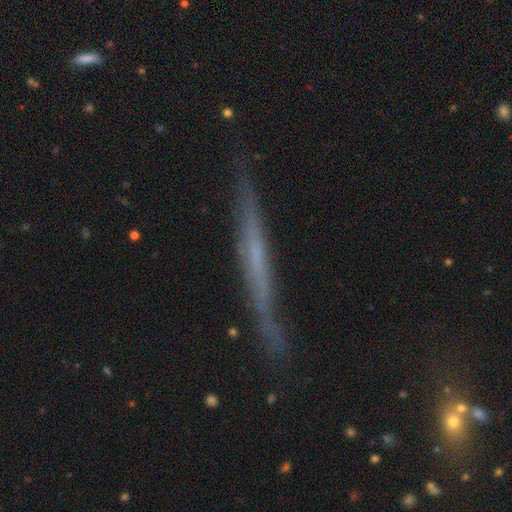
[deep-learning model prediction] Smooth or featured: featured or disk — 62% (smooth — 30%)
Edge-on disk: yes — 93% (no — 7%)
Edge-on bulge: none — 81% (rounded — 11%)
Merging: none — 79% (minor disturbance — 16%)